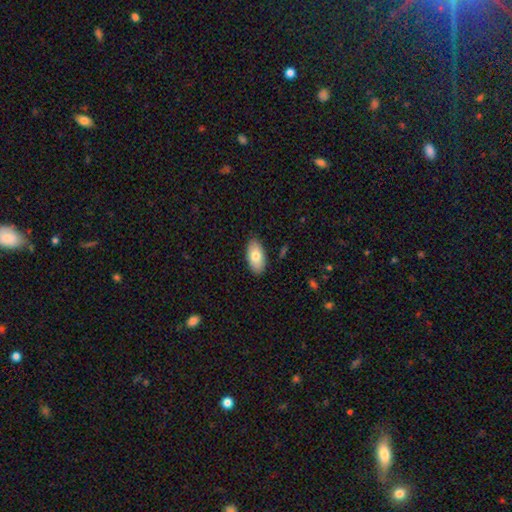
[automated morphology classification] This appears to be a smooth galaxy with no disk features (77%) that is in between round and cigar-shaped (94%). Merging: none (88%).